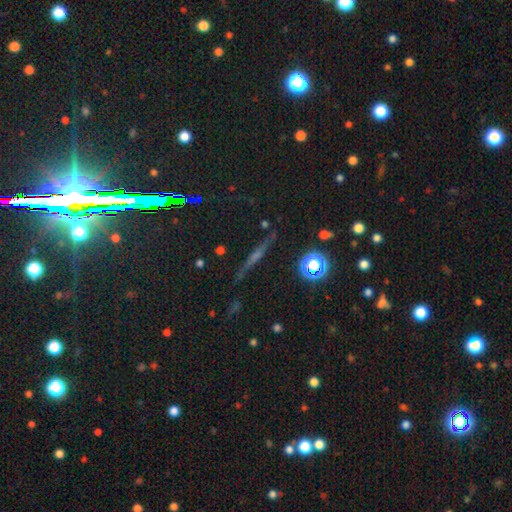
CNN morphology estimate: Smooth or featured? Predicted: featured or disk (p=0.48). Merging? Predicted: none (p=0.85).